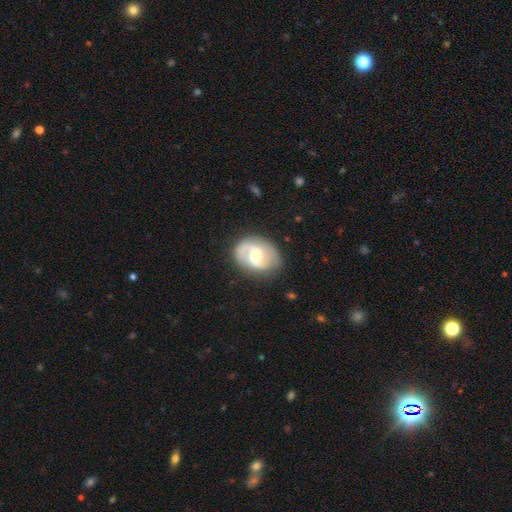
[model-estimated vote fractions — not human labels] The model was most divided on "spiral winding": medium: 51%, loose: 30%, tight: 20%. More confident: edge-on disk — no (97%); spiral arms — yes (92%); spiral arm count — 2 (87%); smooth or featured — featured or disk (81%); merging — none (79%); bulge size — moderate (67%); bar — weak (55%).